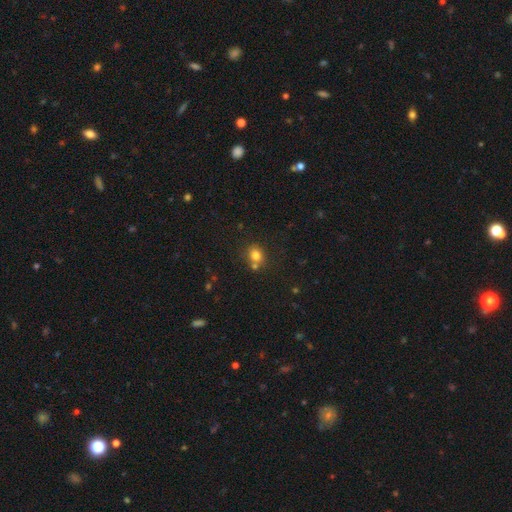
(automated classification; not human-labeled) Smooth or featured? smooth (78%)
How rounded? round (73%)
Merging? none (61%)